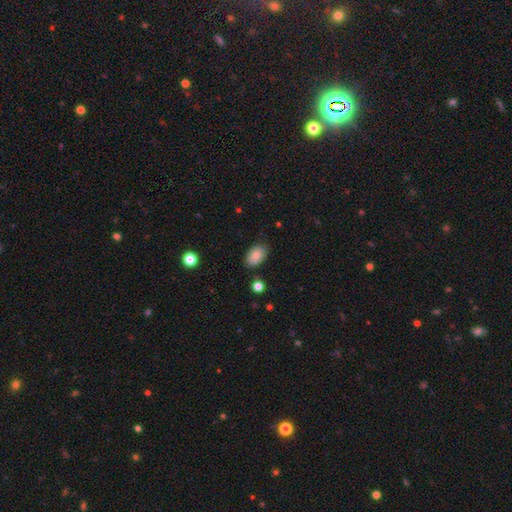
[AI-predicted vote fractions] Smooth or featured? smooth (84%)
How rounded? in between (92%)
Merging? none (82%)